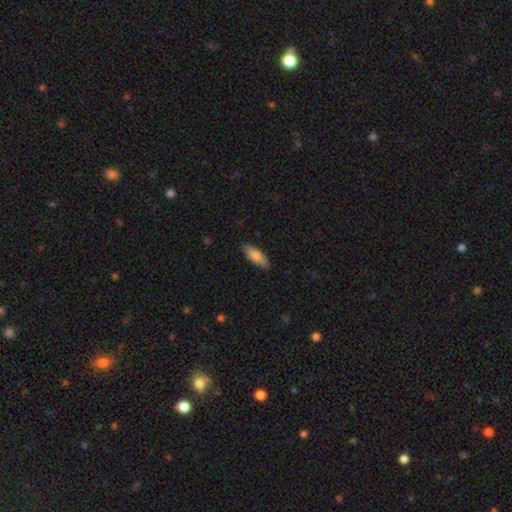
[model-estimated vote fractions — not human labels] Overall: smooth (81%). How rounded: in between (67%; cigar-shaped 31%). Merging: none (86%).